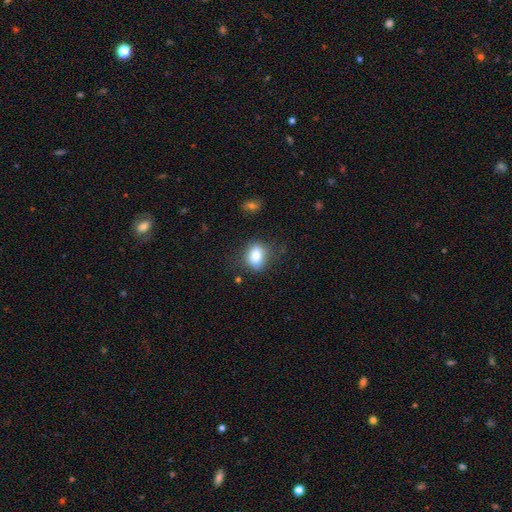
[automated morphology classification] This is clearly a smooth galaxy (82%). How rounded: likely in between (71%). Merging: likely none (75%).